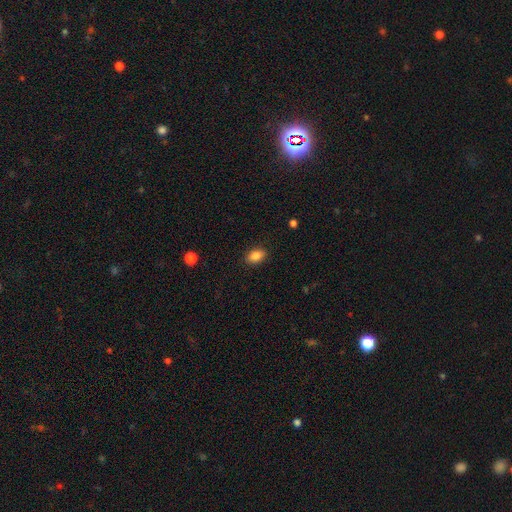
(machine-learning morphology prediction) The model was most divided on "how rounded": in between: 83%, round: 16%, cigar-shaped: 2%. More confident: merging — none (88%); smooth or featured — smooth (86%).